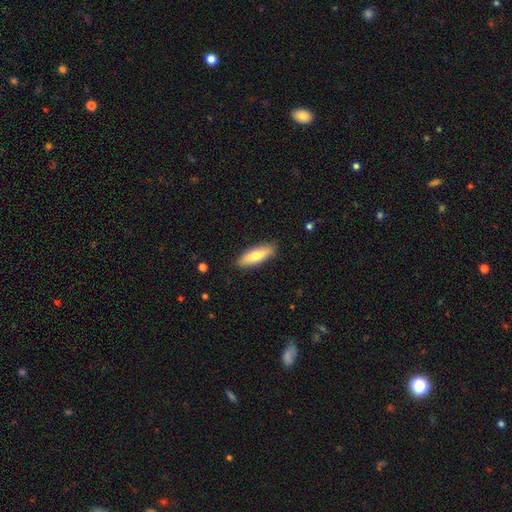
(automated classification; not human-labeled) This is likely a smooth galaxy (71%). How rounded: possibly in between (55%). Merging: clearly none (87%).